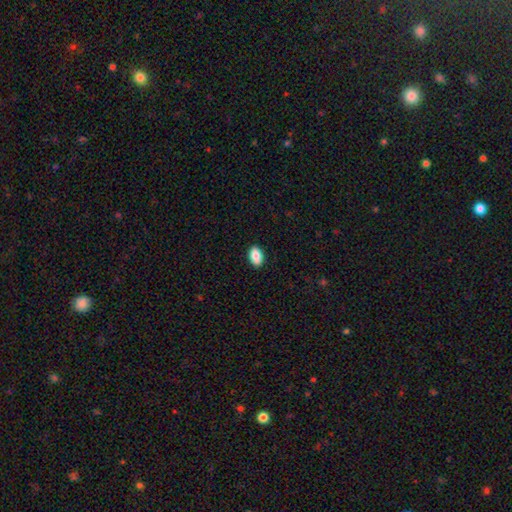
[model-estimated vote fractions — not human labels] This is clearly a smooth galaxy (87%). How rounded: clearly in between (92%). Merging: clearly none (90%).